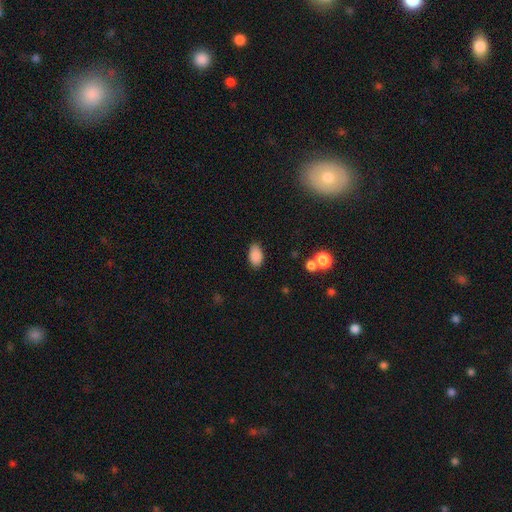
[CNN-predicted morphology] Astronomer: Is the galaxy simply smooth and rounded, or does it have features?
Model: smooth — 88%.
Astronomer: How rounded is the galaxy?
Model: in between — 93%.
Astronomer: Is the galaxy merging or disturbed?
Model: none — 84%.